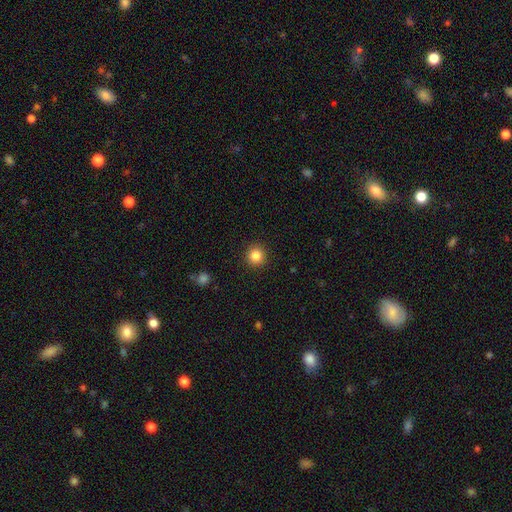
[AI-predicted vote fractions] Overall: smooth (85%). How rounded: round (93%). Merging: none (92%).